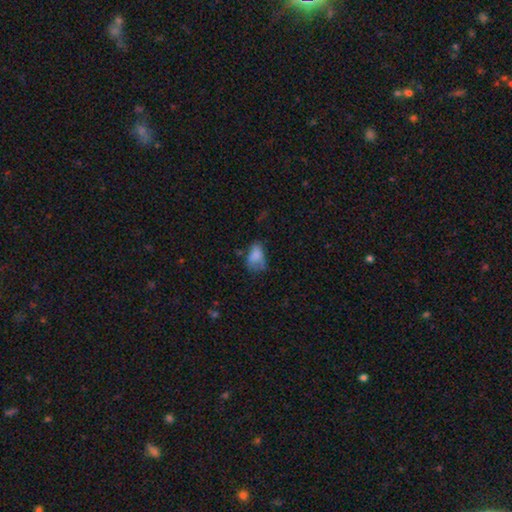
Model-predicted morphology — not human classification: The model was most divided on "merging": none: 36%, minor disturbance: 35%, major disturbance: 24%, merger: 5%. More confident: how rounded — in between (86%); smooth or featured — smooth (75%).